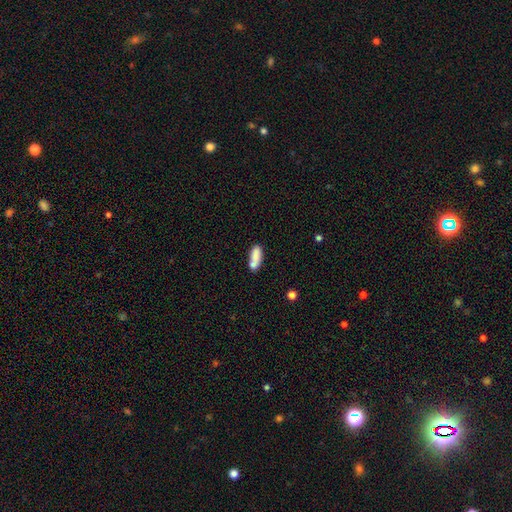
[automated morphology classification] smooth 80%, featured or disk 12%, star or artifact 8%. Down the decision tree: how rounded — in between (76%); merging — none (50%).